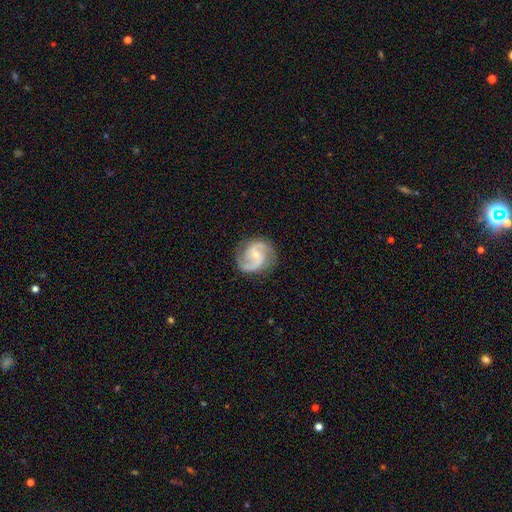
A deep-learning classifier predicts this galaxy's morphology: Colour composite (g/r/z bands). It shows a featured or disk galaxy (90%) with no bar (49%), 2 (92%) medium (59%) spiral arms (98%) and a small central bulge (63%). Merging: none (82%).